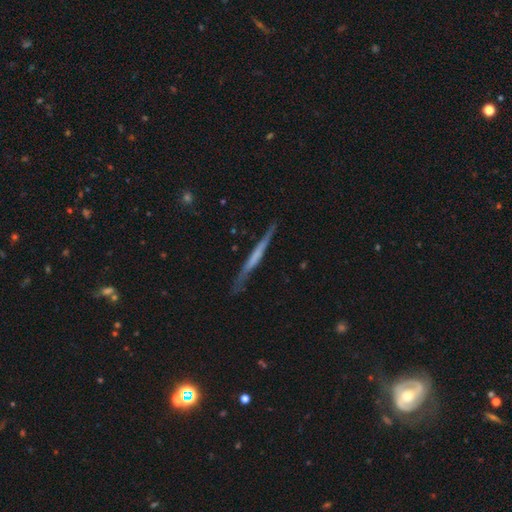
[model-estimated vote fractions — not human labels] Smooth or featured? Predicted: featured or disk (p=0.59). Edge-on disk? Predicted: yes (p=0.96). Edge-on bulge? Predicted: none (p=0.73). Merging? Predicted: none (p=0.82).